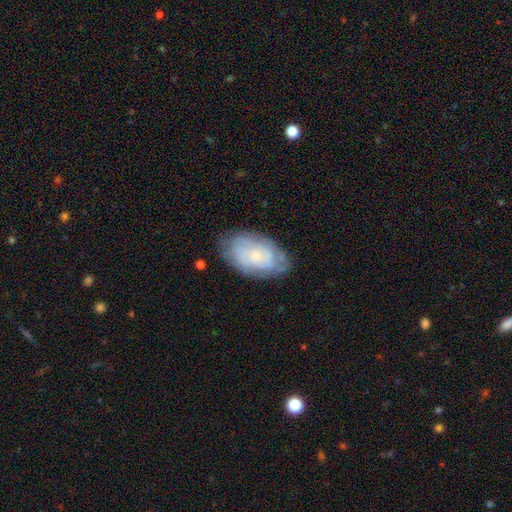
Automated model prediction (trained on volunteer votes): smooth-or-featured: featured or disk: 59% | smooth: 34% | star or artifact: 7%
  disk-edge-on: no: 95% | yes: 5%
    bar: no: 81% | weak: 17% | strong: 3%
    has-spiral-arms: yes: 73% | no: 27%
    bulge-size: small: 71% | moderate: 20% | none: 5% | large: 2% | dominant: 1%
  merging: none: 72% | minor disturbance: 21% | major disturbance: 6% | merger: 1%